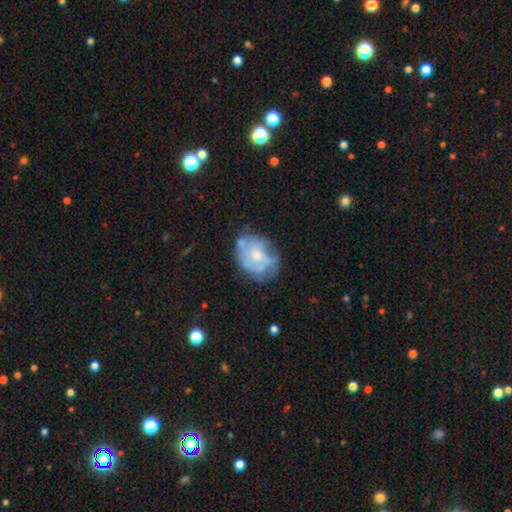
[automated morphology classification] A featured or disk galaxy (63%) with no bar (82%), no spiral arms (50%, tied with yes) and a small central bulge (52%). Merging: none (54%).